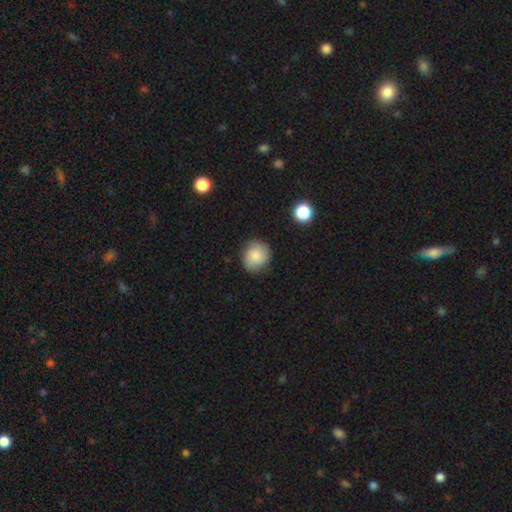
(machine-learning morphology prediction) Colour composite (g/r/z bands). It shows a smooth galaxy with no disk features (79%) that is round (80%). Merging: none (80%).